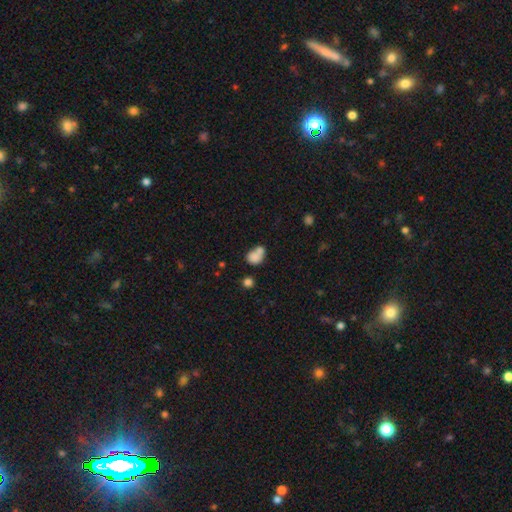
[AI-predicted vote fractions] This appears to be a smooth galaxy with no disk features (79%) that is in between round and cigar-shaped (50%). Merging: merger (53%).